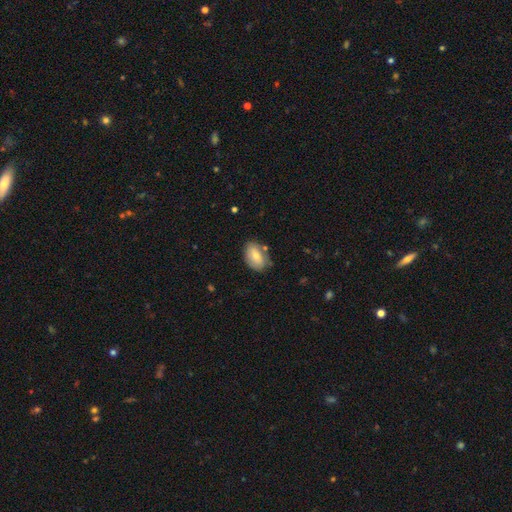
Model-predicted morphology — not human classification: smooth-or-featured: smooth: 69% | featured or disk: 24% | star or artifact: 7%
  how-rounded: in between: 87% | round: 11% | cigar-shaped: 1%
  merging: none: 72% | minor disturbance: 19% | merger: 5% | major disturbance: 4%